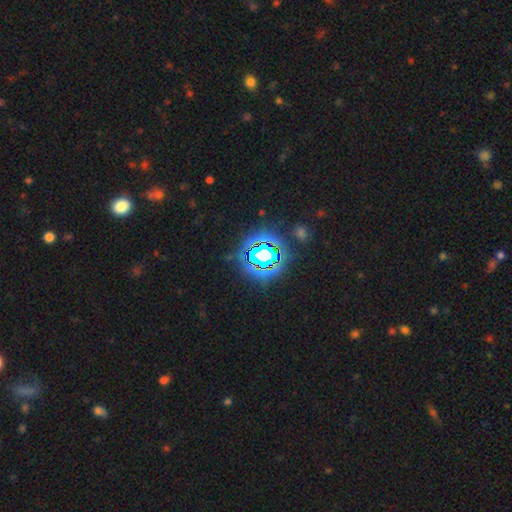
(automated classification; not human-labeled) star or artifact 80%, smooth 13%, featured or disk 7%.